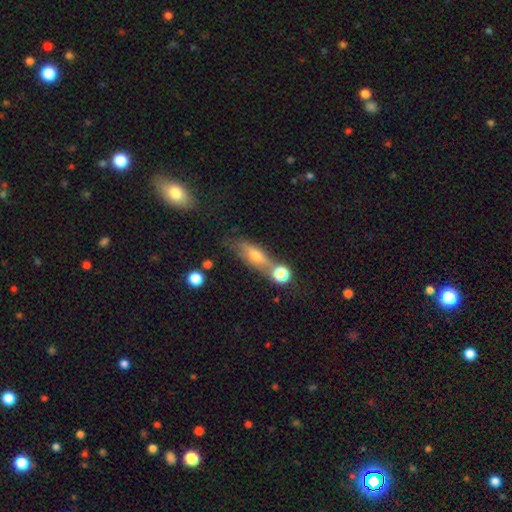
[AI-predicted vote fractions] A smooth galaxy with no disk features (45%).

Vote fractions:
- Smooth or featured? smooth: 45% / featured or disk: 44% / star or artifact: 11%
- Merging? none: 54% / merger: 20% / minor disturbance: 18% / major disturbance: 8%